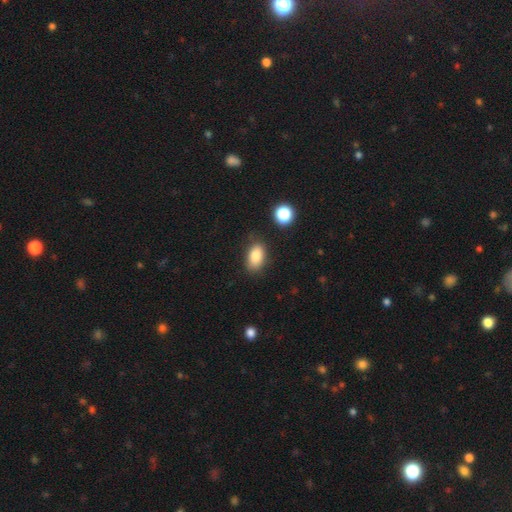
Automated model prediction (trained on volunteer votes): A smooth galaxy with no disk features (83%) that is in between round and cigar-shaped (89%). Merging: none (79%).